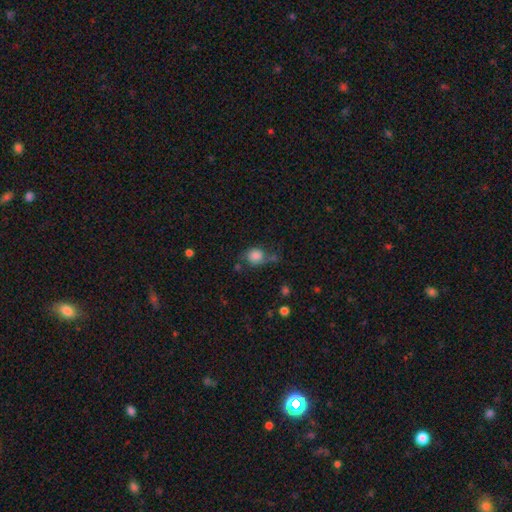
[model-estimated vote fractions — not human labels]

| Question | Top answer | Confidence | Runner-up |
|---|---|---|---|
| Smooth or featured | smooth | 82% | star or artifact (10%) |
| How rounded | round | 80% | in between (19%) |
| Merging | none | 55% | minor disturbance (24%) |